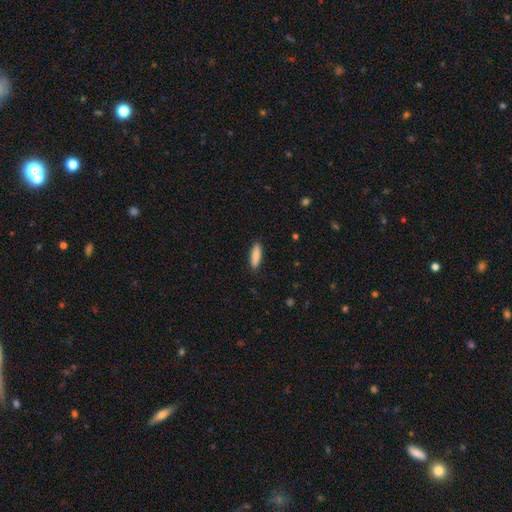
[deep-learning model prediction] The model was most divided on "how rounded": cigar-shaped: 55%, in between: 43%, round: 1%. More confident: smooth or featured — smooth (89%); merging — none (89%).